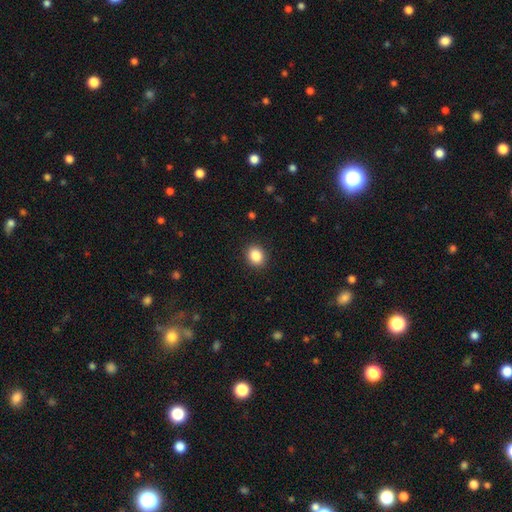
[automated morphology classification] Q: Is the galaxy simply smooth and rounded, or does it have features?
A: smooth — 87%.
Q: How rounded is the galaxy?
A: round — 70%.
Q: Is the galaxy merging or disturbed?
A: none — 91%.